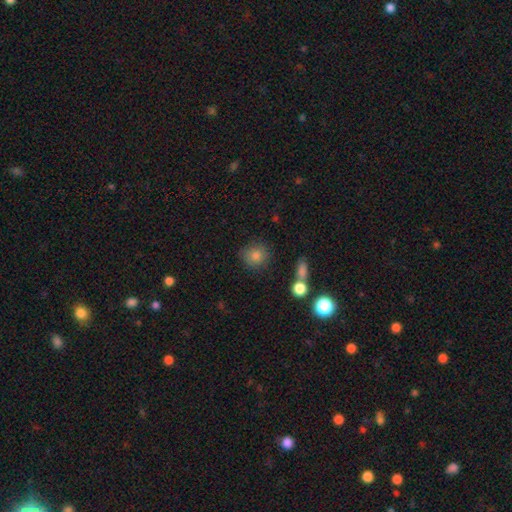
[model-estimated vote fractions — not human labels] smooth-or-featured: smooth: 80% | star or artifact: 12% | featured or disk: 7%
  how-rounded: round: 87% | in between: 12% | cigar-shaped: 1%
  merging: none: 82% | minor disturbance: 10% | merger: 5% | major disturbance: 3%